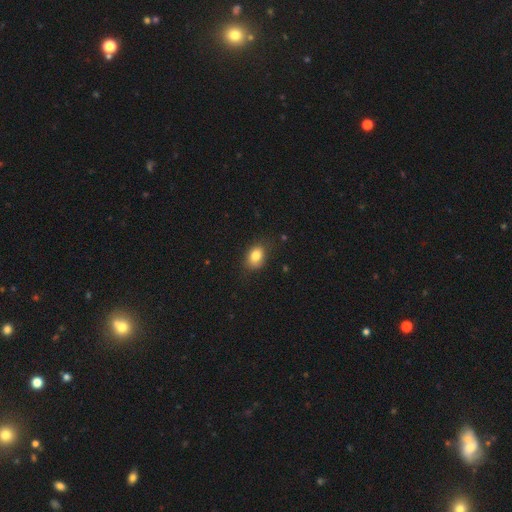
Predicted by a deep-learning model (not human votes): Smooth or featured? Predicted: smooth (p=0.82). How rounded? Predicted: in between (p=0.69). Merging? Predicted: none (p=0.78).